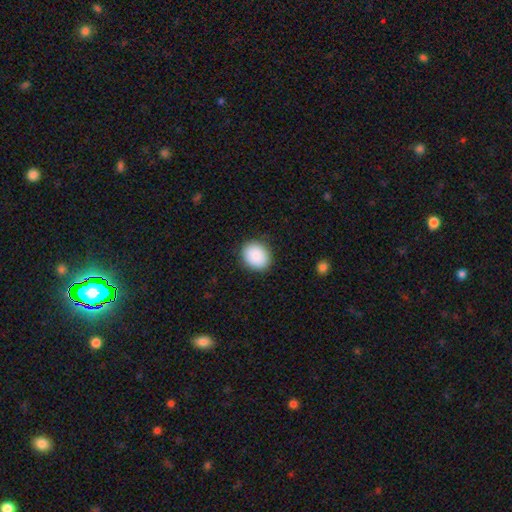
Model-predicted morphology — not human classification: This appears to be a smooth galaxy with no disk features (89%) that is round (58%). Merging: none (87%).